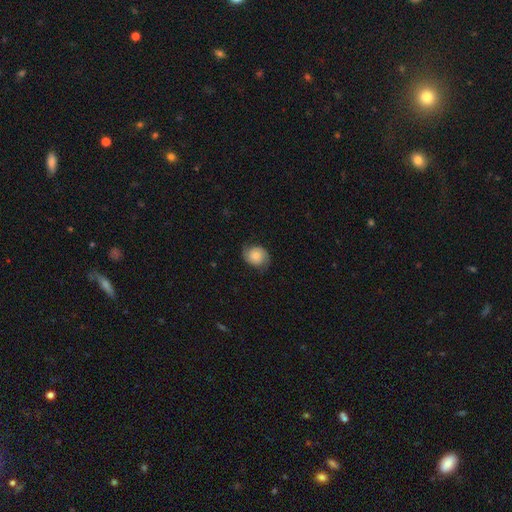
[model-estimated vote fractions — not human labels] Smooth or featured? Predicted: smooth (p=0.46, tied with featured or disk). Merging? Predicted: none (p=0.72).